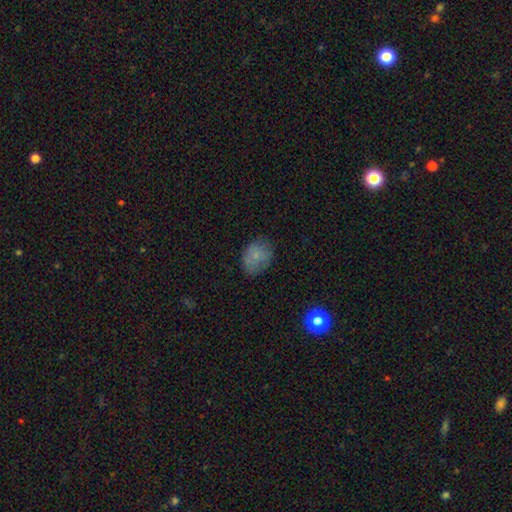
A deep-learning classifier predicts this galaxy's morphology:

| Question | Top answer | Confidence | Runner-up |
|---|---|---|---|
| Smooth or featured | smooth | 75% | featured or disk (14%) |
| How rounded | in between | 56% | round (43%) |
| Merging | none | 68% | minor disturbance (23%) |